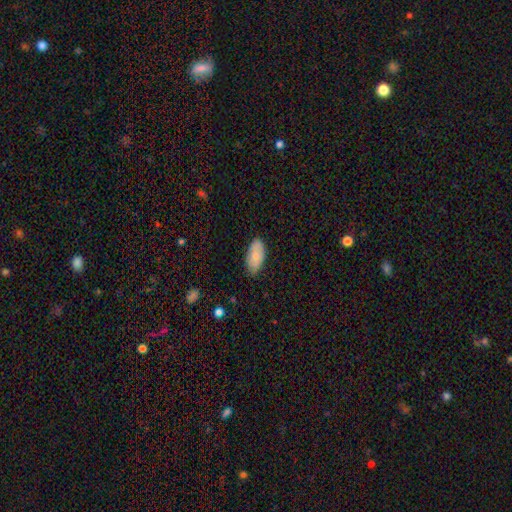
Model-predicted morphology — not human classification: Smooth or featured?
  - smooth: 74% *
  - featured or disk: 20%
  - star or artifact: 6%
How rounded?
  - in between: 94% *
  - cigar-shaped: 3%
  - round: 3%
Merging?
  - none: 76% *
  - minor disturbance: 20%
  - major disturbance: 3%
  - merger: 1%